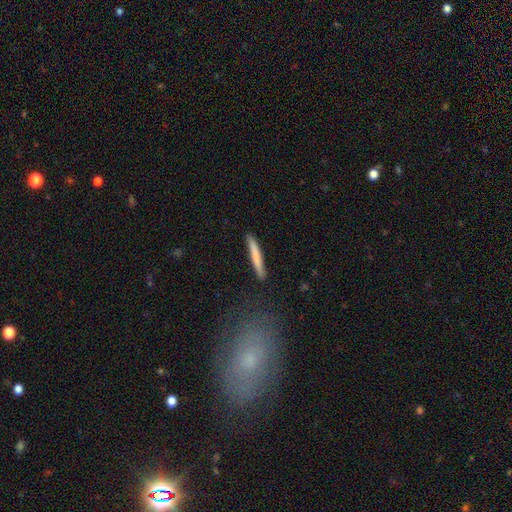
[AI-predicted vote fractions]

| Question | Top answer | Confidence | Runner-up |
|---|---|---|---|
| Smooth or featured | smooth | 75% | featured or disk (19%) |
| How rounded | cigar-shaped | 96% | in between (3%) |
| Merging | none | 90% | minor disturbance (7%) |